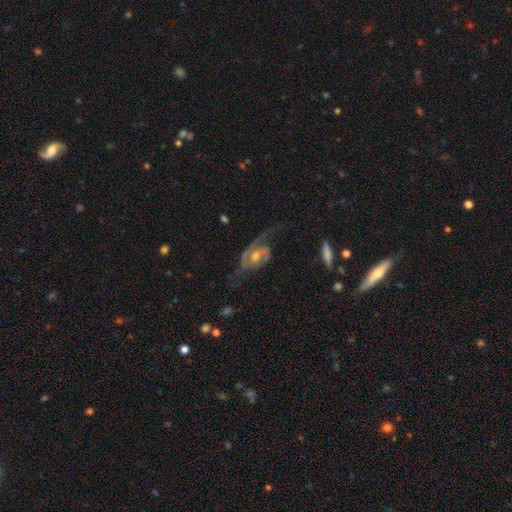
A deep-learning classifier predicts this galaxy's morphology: featured or disk 84%, smooth 9%, star or artifact 6%. Down the decision tree: edge-on disk — no (95%); bar — no (49%); spiral arms — yes (94%); spiral arm count — 2 (78%); spiral winding — medium (46%); bulge size — moderate (62%); merging — none (54%).